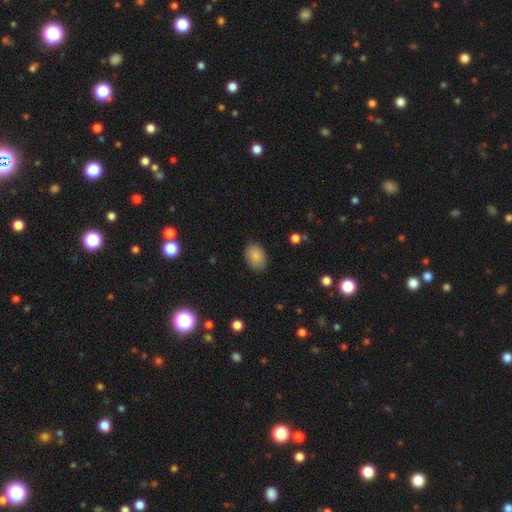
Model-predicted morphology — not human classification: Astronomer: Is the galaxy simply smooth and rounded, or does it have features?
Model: smooth — 87%.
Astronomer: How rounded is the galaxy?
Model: in between — 81%.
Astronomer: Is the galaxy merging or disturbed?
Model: none — 84%.